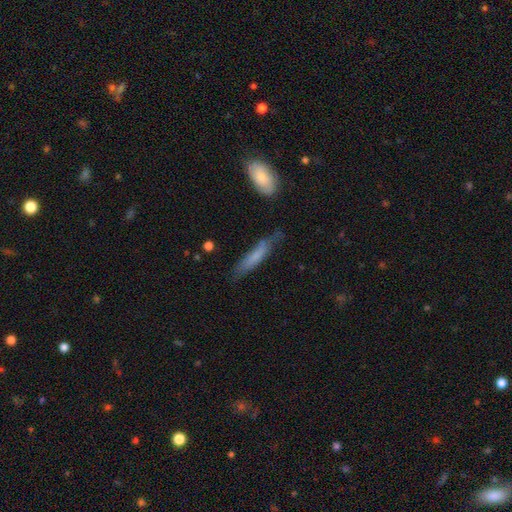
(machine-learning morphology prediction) Smooth or featured?
  - smooth: 66% *
  - featured or disk: 28%
  - star or artifact: 7%
How rounded?
  - cigar-shaped: 86% *
  - in between: 13%
  - round: 2%
Merging?
  - none: 63% *
  - minor disturbance: 26%
  - major disturbance: 7%
  - merger: 4%